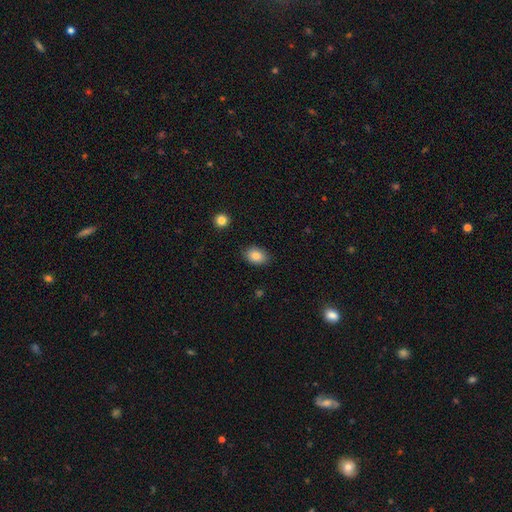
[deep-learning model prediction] Smooth or featured: smooth — 86% (star or artifact — 8%)
How rounded: in between — 79% (round — 20%)
Merging: none — 84% (minor disturbance — 12%)